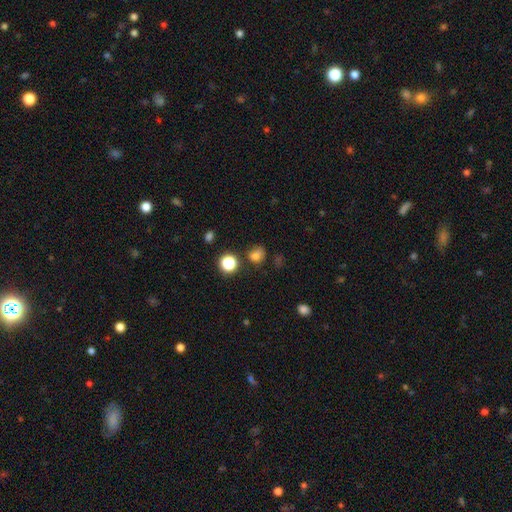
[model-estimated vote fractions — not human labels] A smooth galaxy with no disk features (71%) that is round (71%). Merging: none (66%).